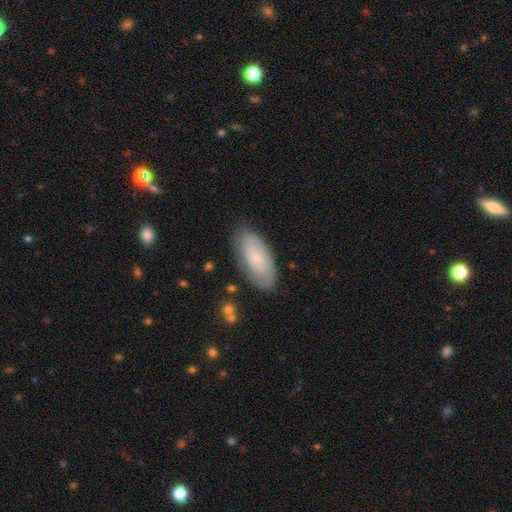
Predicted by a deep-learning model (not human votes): A smooth galaxy with no disk features (61%) that is in between round and cigar-shaped (91%). Merging: none (78%).